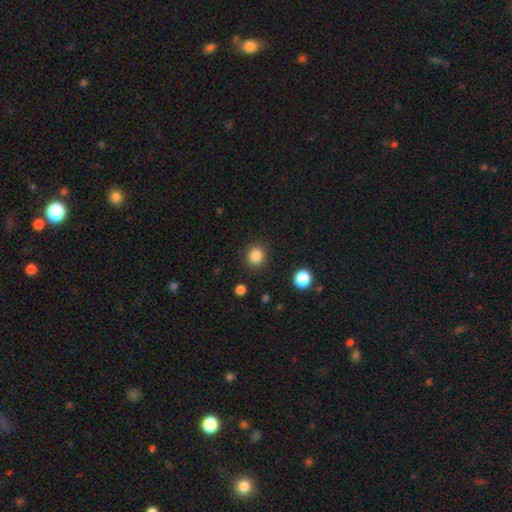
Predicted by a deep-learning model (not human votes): Morphology: type=smooth (86%); roundness=round (83%); merging=none (89%).